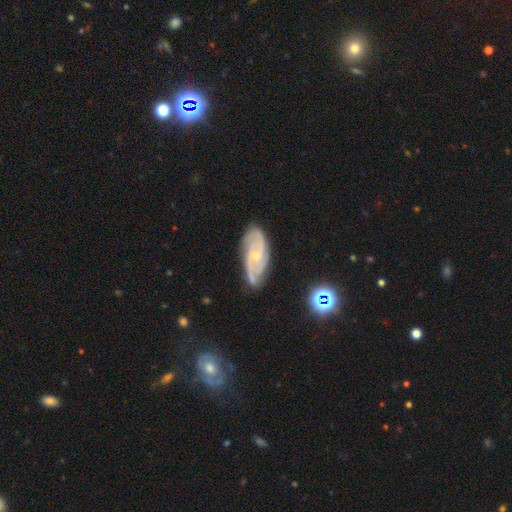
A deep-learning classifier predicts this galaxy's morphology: Overall: featured or disk (81%). Edge-on disk: no (94%). Bar: no (57%; weak 36%). Spiral arms: yes (96%). Spiral arm count: 2 (44%; 3 24%). Spiral winding: tight (45%; medium 43%). Bulge size: small (71%). Merging: none (72%).